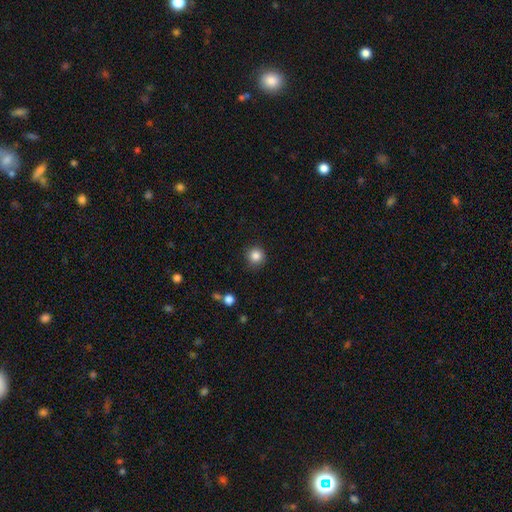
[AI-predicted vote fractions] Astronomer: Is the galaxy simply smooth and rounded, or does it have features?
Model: smooth — 85%.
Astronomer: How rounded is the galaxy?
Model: round — 94%.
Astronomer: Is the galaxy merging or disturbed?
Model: none — 88%.